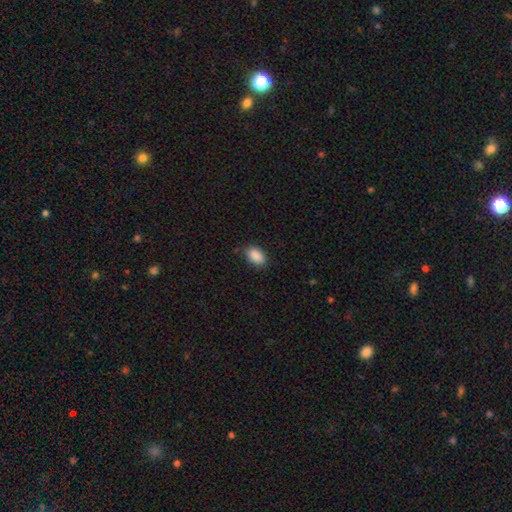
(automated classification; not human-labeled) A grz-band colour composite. It shows a smooth galaxy with no disk features (90%) that is in between round and cigar-shaped (90%). Merging: none (84%).